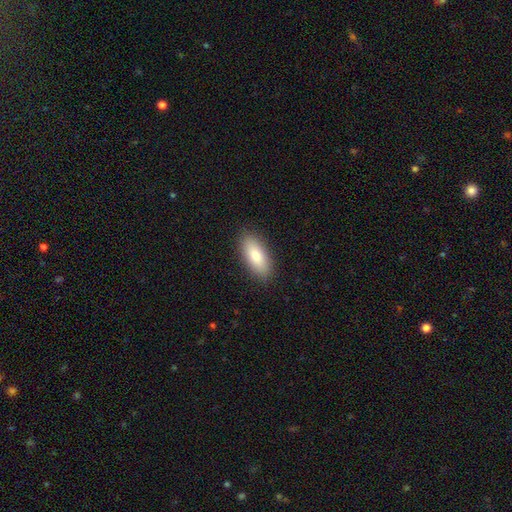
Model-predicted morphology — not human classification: A smooth galaxy with no disk features (83%) that is in between round and cigar-shaped (83%). Merging: none (88%).